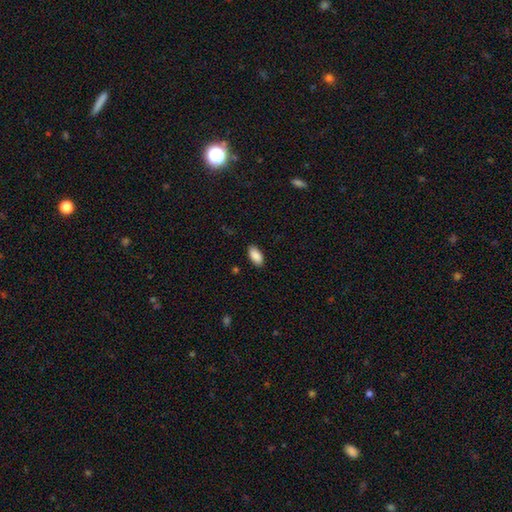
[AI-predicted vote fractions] Smooth or featured: smooth — 89% (star or artifact — 7%)
How rounded: in between — 92% (cigar-shaped — 6%)
Merging: none — 87% (minor disturbance — 9%)